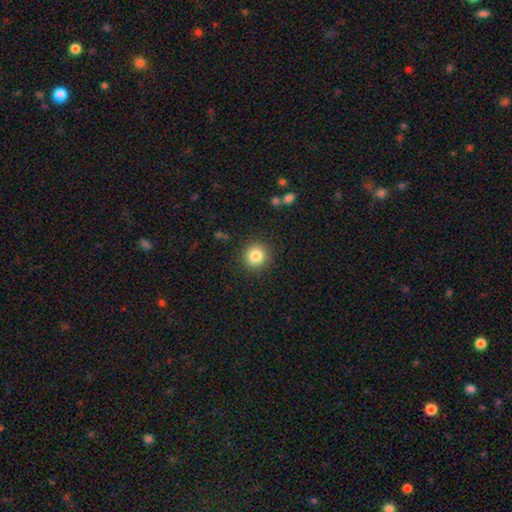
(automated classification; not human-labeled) Morphology: type=smooth (84%); roundness=round (93%); merging=none (90%).